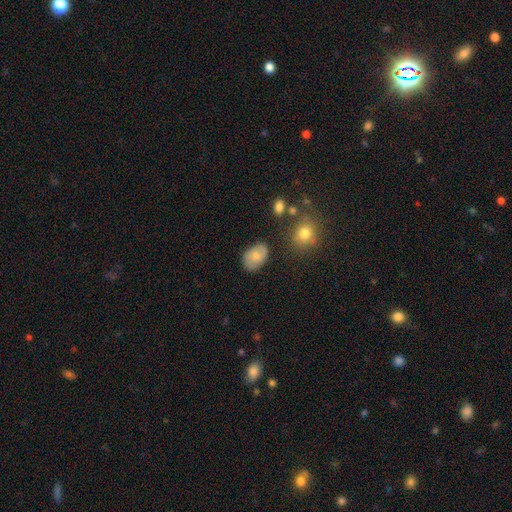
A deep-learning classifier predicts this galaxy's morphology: Smooth or featured?
  - smooth: 70% *
  - featured or disk: 22%
  - star or artifact: 8%
How rounded?
  - in between: 84% *
  - round: 14%
  - cigar-shaped: 1%
Merging?
  - none: 76% *
  - minor disturbance: 17%
  - major disturbance: 4%
  - merger: 3%